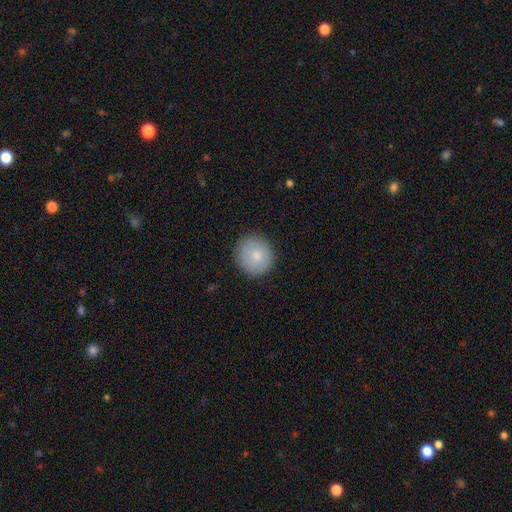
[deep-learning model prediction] Smooth or featured? Predicted: smooth (p=0.82). How rounded? Predicted: round (p=0.88). Merging? Predicted: none (p=0.88).